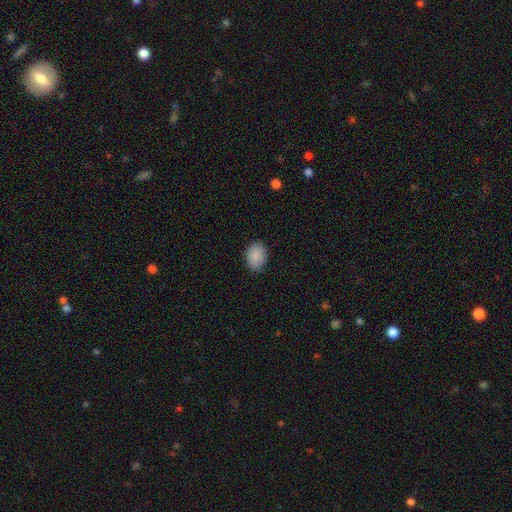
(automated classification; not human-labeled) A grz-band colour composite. It shows a smooth galaxy with no disk features (89%) that is in between round and cigar-shaped (78%). Merging: none (85%).